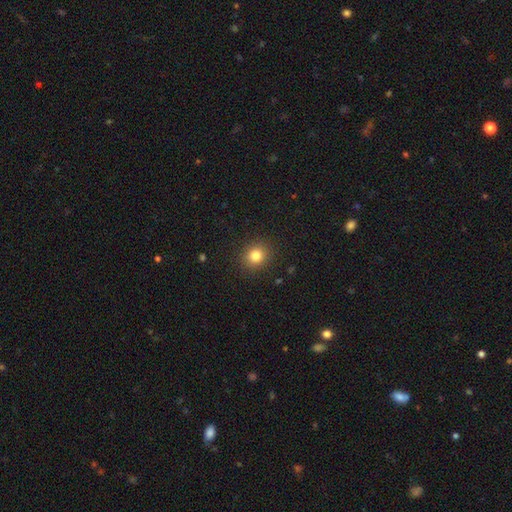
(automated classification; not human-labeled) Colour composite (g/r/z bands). It shows a smooth galaxy with no disk features (81%) that is round (82%). Merging: none (90%).